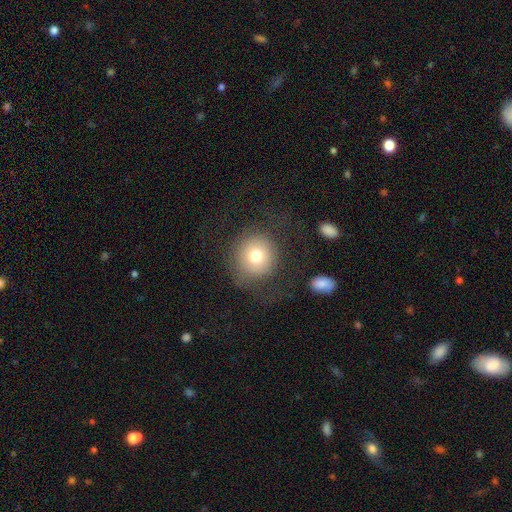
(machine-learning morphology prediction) The model was most divided on "merging": none: 65%, major disturbance: 18%, minor disturbance: 15%, merger: 2%. More confident: how rounded — round (92%); smooth or featured — smooth (72%).